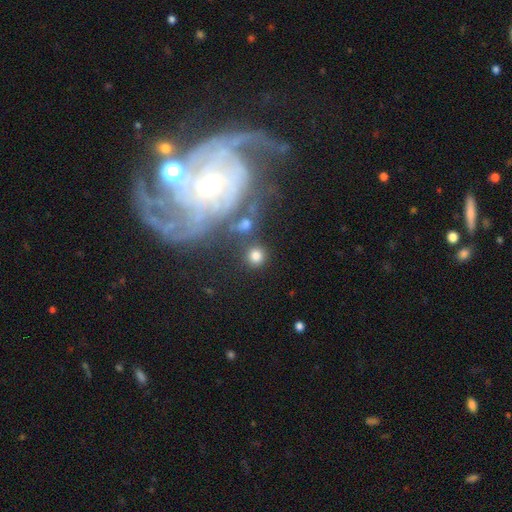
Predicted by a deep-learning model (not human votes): Smooth or featured? smooth (78%)
How rounded? round (91%)
Merging? none (76%)